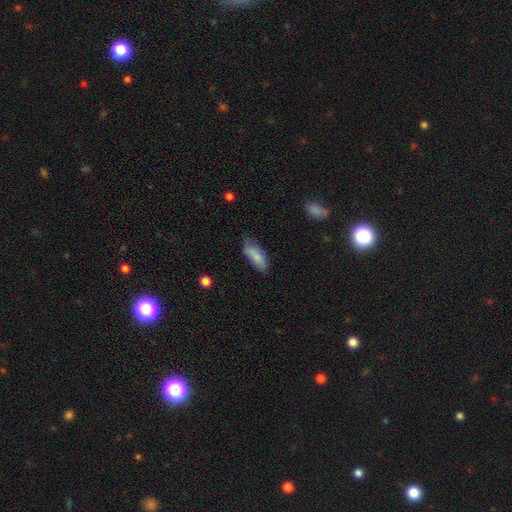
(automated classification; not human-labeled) A smooth galaxy with no disk features (80%) that is in between round and cigar-shaped (76%).

Vote fractions:
- Smooth or featured? smooth: 80% / featured or disk: 13% / star or artifact: 7%
- How rounded? in between: 76% / cigar-shaped: 22% / round: 2%
- Merging? none: 57% / minor disturbance: 32% / major disturbance: 8% / merger: 3%